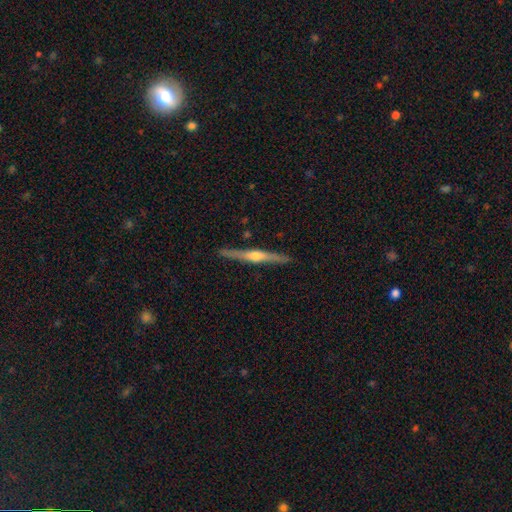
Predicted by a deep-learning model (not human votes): Smooth or featured? featured or disk (76%)
Edge-on disk? yes (98%)
Edge-on bulge? rounded (87%)
Merging? none (90%)